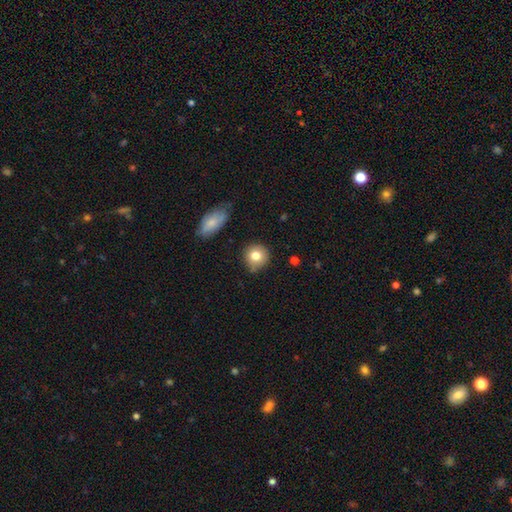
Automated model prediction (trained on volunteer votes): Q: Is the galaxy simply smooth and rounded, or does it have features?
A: smooth — 79%.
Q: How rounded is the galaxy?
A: round — 89%.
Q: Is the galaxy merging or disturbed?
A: none — 76%.